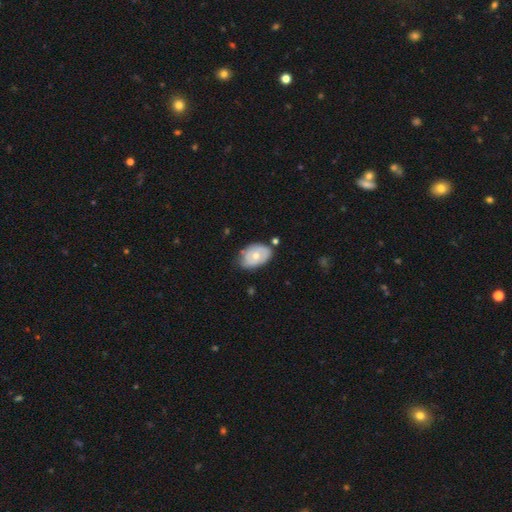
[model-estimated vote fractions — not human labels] smooth-or-featured: smooth: 55% | featured or disk: 39% | star or artifact: 6%
  how-rounded: in between: 85% | round: 13% | cigar-shaped: 1%
  merging: none: 60% | minor disturbance: 30% | major disturbance: 6% | merger: 5%